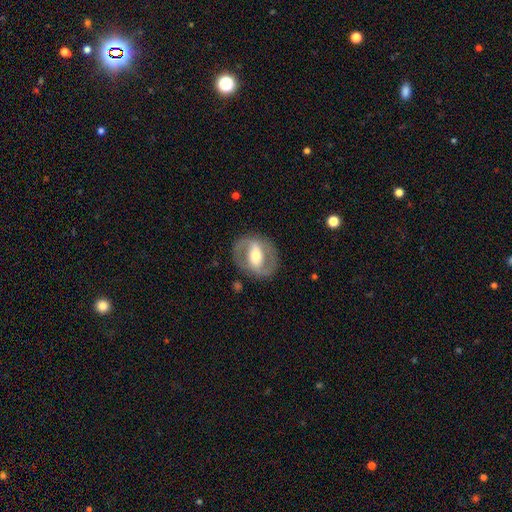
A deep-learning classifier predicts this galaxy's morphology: The model was most divided on "spiral winding": medium: 49%, tight: 30%, loose: 20%. More confident: edge-on disk — no (94%); spiral arm count — 2 (87%); merging — none (84%); smooth or featured — featured or disk (77%); spiral arms — yes (70%); bulge size — moderate (64%); bar — strong (53%).